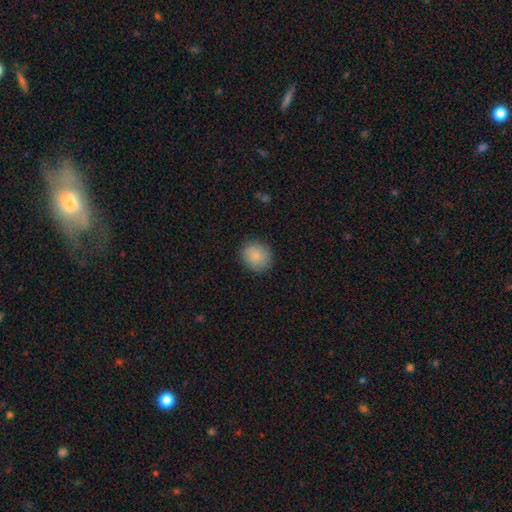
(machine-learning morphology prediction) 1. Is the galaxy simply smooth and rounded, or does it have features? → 86% smooth, 8% star or artifact, 7% featured or disk.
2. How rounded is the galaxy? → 76% round, 23% in between, 1% cigar-shaped.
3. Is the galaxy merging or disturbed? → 86% none, 10% minor disturbance, 3% major disturbance, 1% merger.